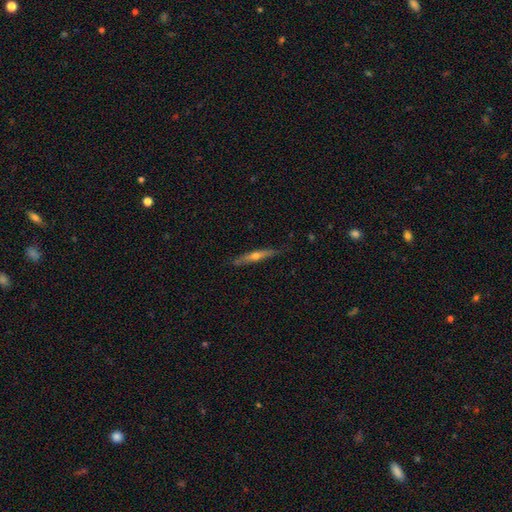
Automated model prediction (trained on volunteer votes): A featured or disk galaxy (67%) viewed edge-on (95%) with a rounded central bulge (85%). Merging: none (85%).